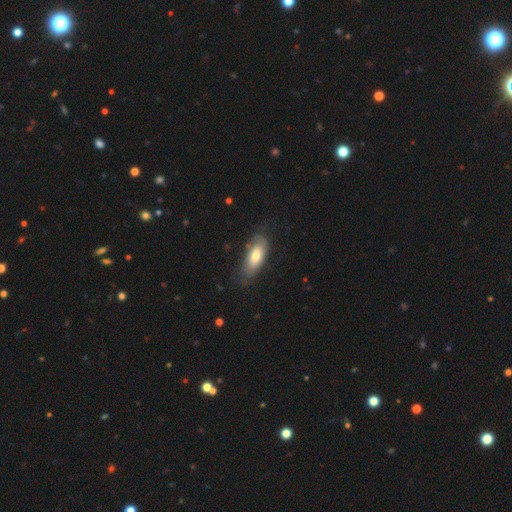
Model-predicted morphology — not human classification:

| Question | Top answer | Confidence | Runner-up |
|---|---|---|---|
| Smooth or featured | smooth | 59% | featured or disk (35%) |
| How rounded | in between | 83% | cigar-shaped (15%) |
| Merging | none | 66% | minor disturbance (25%) |